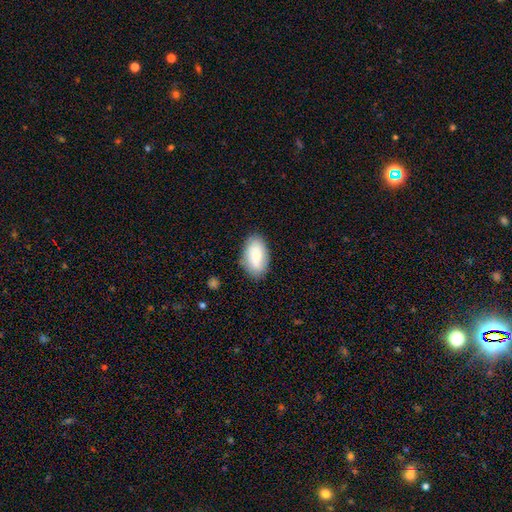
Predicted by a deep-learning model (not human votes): A smooth galaxy with no disk features (77%) that is in between round and cigar-shaped (94%). Merging: none (80%).